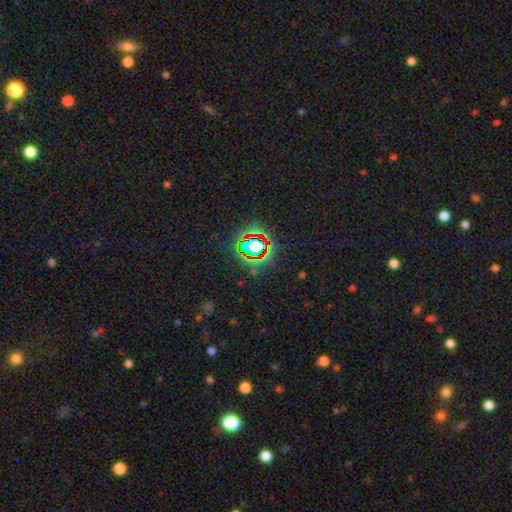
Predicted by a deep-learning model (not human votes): Smooth or featured: star or artifact — 79% (smooth — 13%)